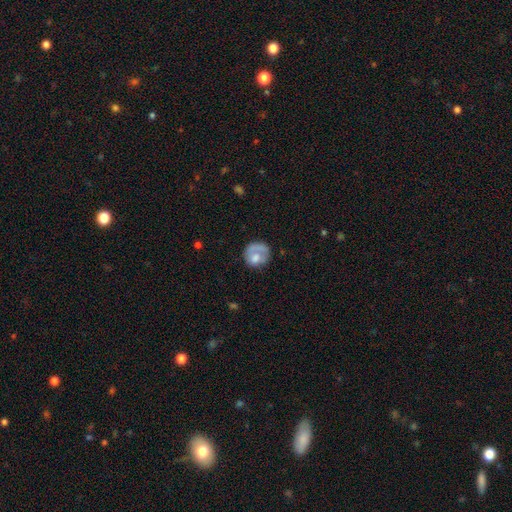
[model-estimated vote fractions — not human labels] Overall: smooth (58%; featured or disk 35%). How rounded: round (77%). Merging: none (49%; major disturbance 24%).